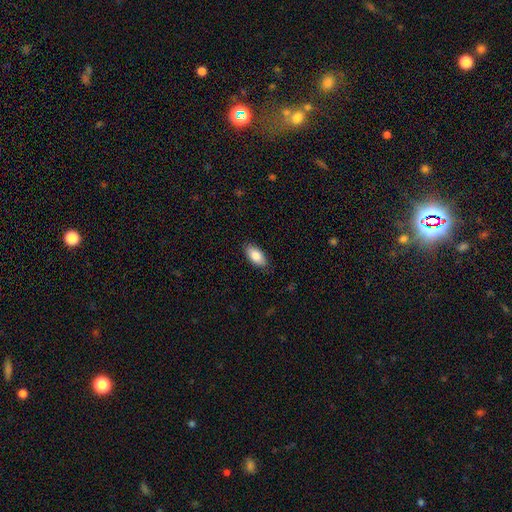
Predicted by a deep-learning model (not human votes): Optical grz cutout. It shows a smooth galaxy with no disk features (85%) that is in between round and cigar-shaped (92%). Merging: none (87%).